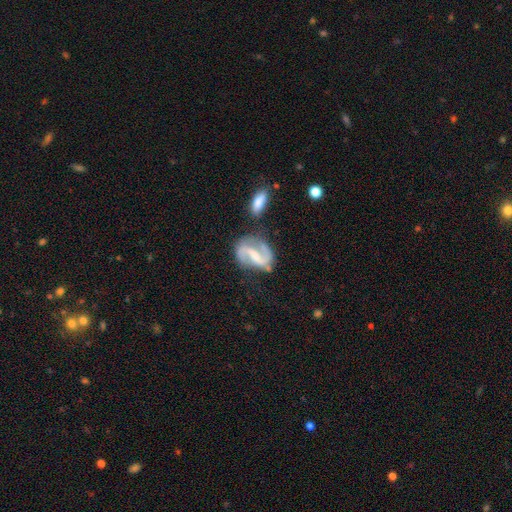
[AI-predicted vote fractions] Smooth or featured: featured or disk — 86% (smooth — 9%)
Edge-on disk: no — 97% (yes — 3%)
Bar: weak — 43% (strong — 40%)
Spiral arms: yes — 95% (no — 5%)
Spiral winding: medium — 48% (loose — 39%)
Spiral arm count: 2 — 91% (1 — 3%)
Bulge size: small — 42% (moderate — 30%)
Merging: none — 62% (minor disturbance — 19%)